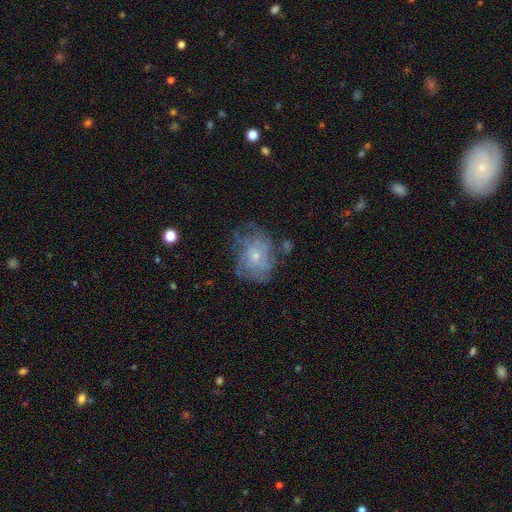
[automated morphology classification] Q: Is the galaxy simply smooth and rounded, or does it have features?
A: featured or disk — 64%.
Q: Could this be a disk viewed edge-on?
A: no — 97%.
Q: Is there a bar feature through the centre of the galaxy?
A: no — 82%.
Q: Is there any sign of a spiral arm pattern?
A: yes — 72%.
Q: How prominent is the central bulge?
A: small — 70%.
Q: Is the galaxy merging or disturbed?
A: none — 54%.